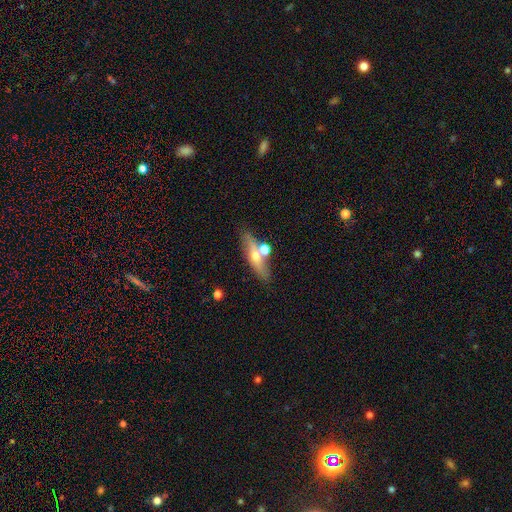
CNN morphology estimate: This is possibly a smooth galaxy (46%). Merging: likely none (70%).